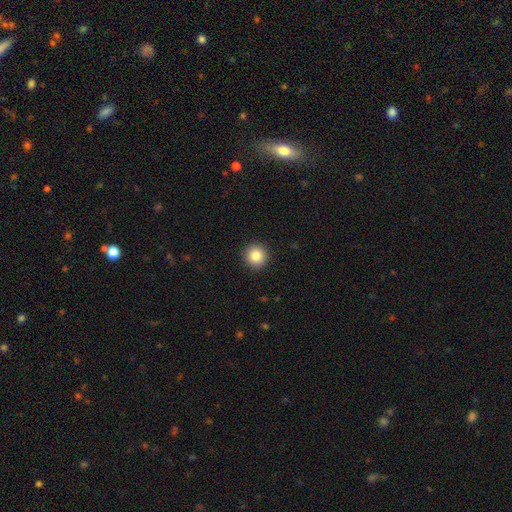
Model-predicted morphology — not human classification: Smooth or featured: smooth — 83% (star or artifact — 10%)
How rounded: round — 95% (in between — 4%)
Merging: none — 93% (minor disturbance — 5%)